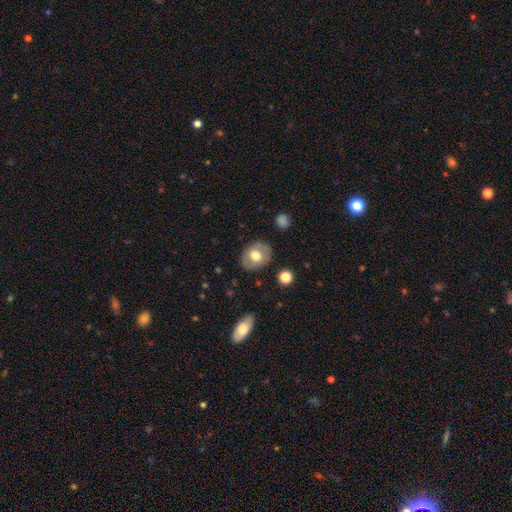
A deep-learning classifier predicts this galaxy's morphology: smooth_or_featured: smooth (p=0.62) [alt: featured or disk p=0.31]
how_rounded: round (p=0.50) [alt: in between p=0.49]
merging: none (p=0.83) [alt: minor disturbance p=0.12]